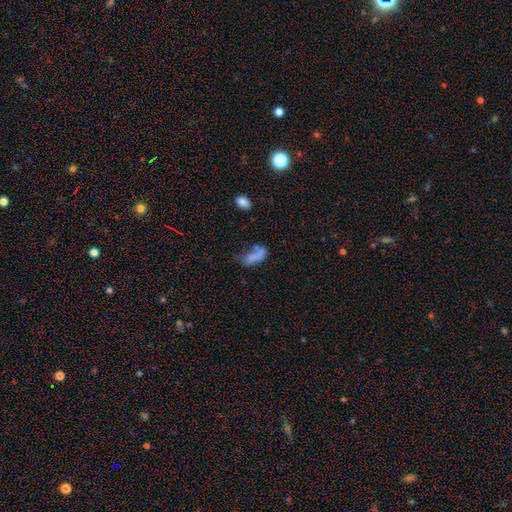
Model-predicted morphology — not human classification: Smooth or featured: smooth — 68% (featured or disk — 20%)
How rounded: in between — 78% (cigar-shaped — 17%)
Merging: major disturbance — 35% (none — 29%)